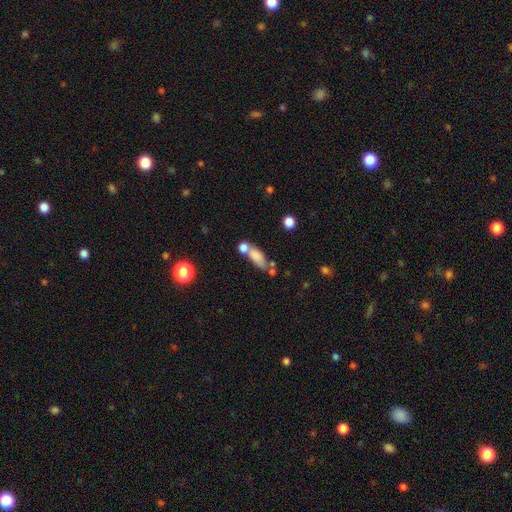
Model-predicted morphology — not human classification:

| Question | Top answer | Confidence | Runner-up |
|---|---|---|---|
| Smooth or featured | smooth | 76% | featured or disk (14%) |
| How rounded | in between | 69% | cigar-shaped (24%) |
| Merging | none | 40% | merger (37%) |